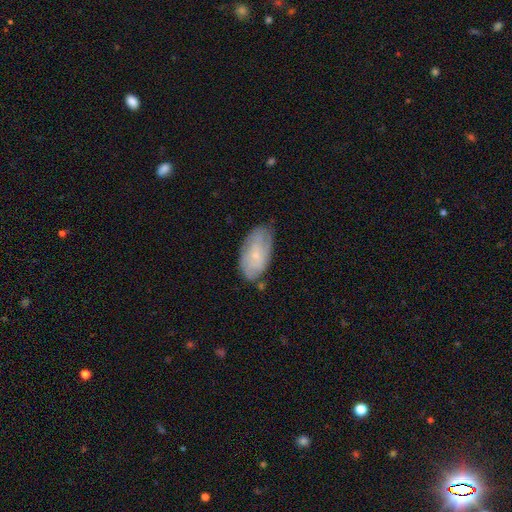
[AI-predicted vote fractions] Morphology: type=featured or disk (47%); merging=none (65%).